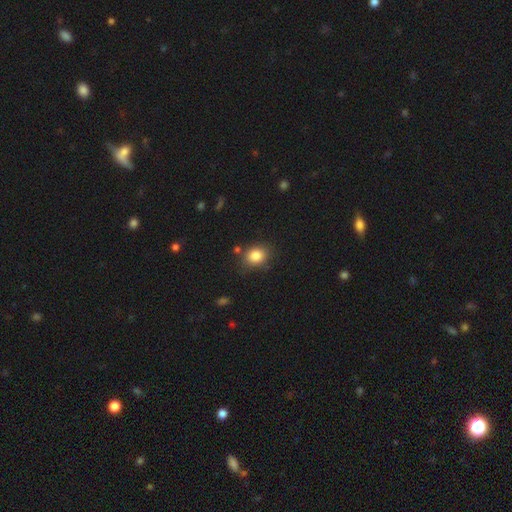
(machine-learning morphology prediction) Smooth or featured?
  - smooth: 84% *
  - star or artifact: 10%
  - featured or disk: 6%
How rounded?
  - round: 56% *
  - in between: 43%
  - cigar-shaped: 1%
Merging?
  - none: 77% *
  - minor disturbance: 15%
  - merger: 5%
  - major disturbance: 4%